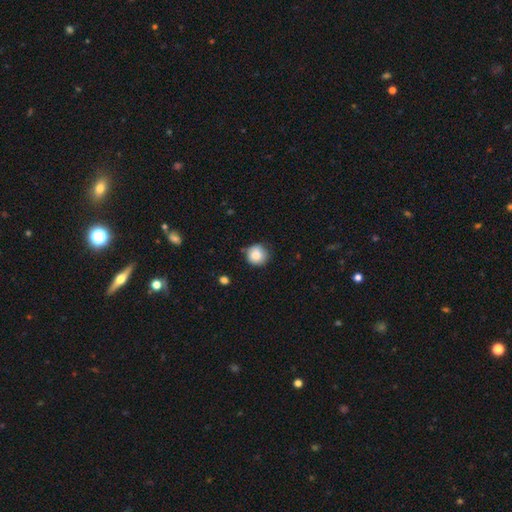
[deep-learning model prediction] Smooth or featured: smooth — 84% (star or artifact — 9%)
How rounded: round — 93% (in between — 7%)
Merging: none — 77% (minor disturbance — 17%)